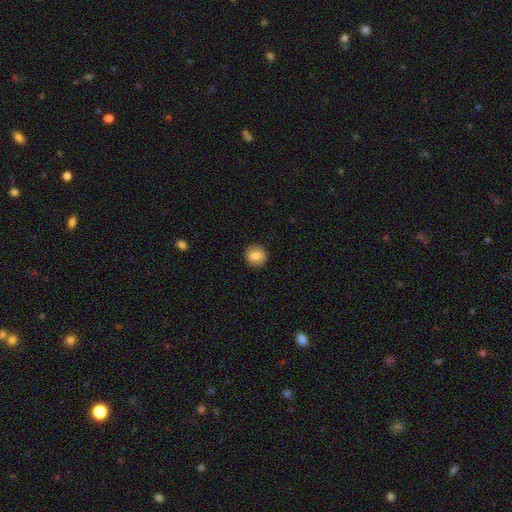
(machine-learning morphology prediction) Q: Smooth or featured?
A: smooth (82%); runner-up: featured or disk (9%)
Q: How rounded?
A: round (83%); runner-up: in between (16%)
Q: Merging?
A: none (89%); runner-up: minor disturbance (8%)